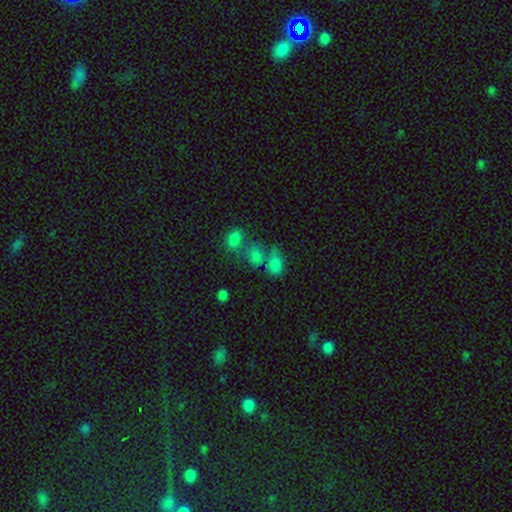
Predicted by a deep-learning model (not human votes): smooth-or-featured: smooth: 69% | star or artifact: 19% | featured or disk: 12%
  how-rounded: in between: 63% | round: 35% | cigar-shaped: 2%
  merging: merger: 47% | none: 32% | minor disturbance: 12% | major disturbance: 9%